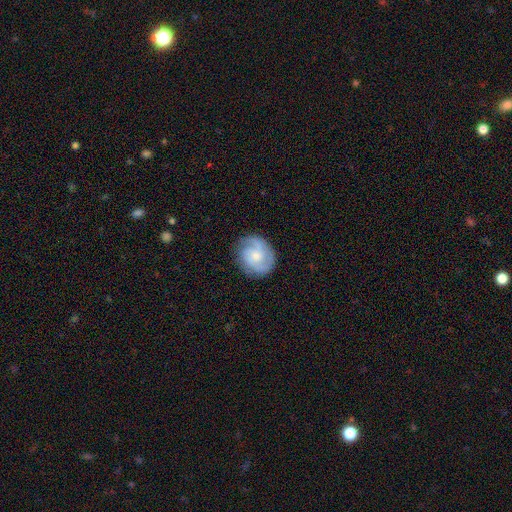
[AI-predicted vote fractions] smooth_or_featured: featured or disk (p=0.72) [alt: smooth p=0.22]
disk_edge_on: no (p=0.98) [alt: yes p=0.02]
bar: no (p=0.65) [alt: weak p=0.31]
has_spiral_arms: yes (p=0.95) [alt: no p=0.05]
spiral_winding: medium (p=0.44) [alt: tight p=0.42]
spiral_arm_count: 2 (p=0.44) [alt: 3 p=0.27]
bulge_size: small (p=0.50) [alt: moderate p=0.41]
merging: none (p=0.80) [alt: minor disturbance p=0.14]